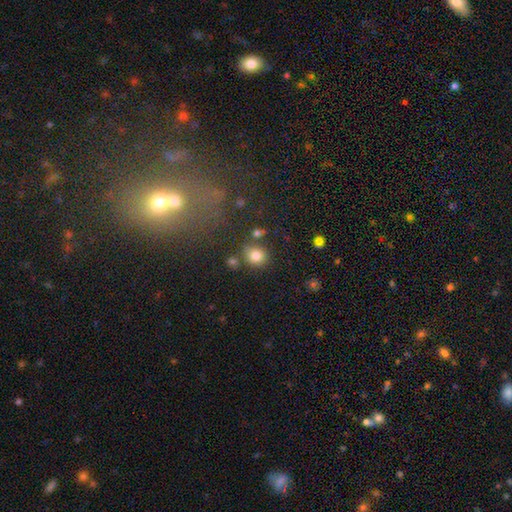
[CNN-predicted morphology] Overall: smooth (82%). How rounded: round (80%). Merging: none (75%).